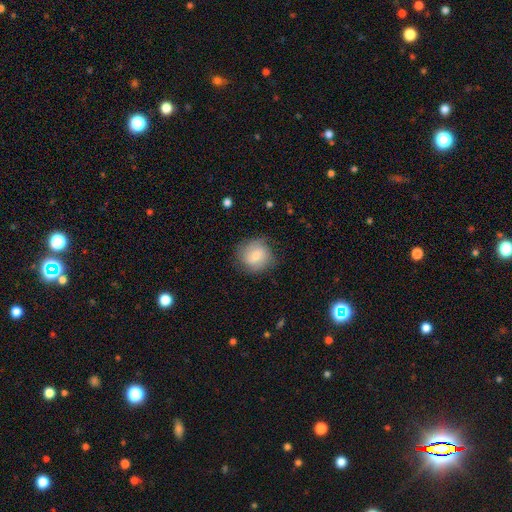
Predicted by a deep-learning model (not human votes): Smooth or featured? Predicted: smooth (p=0.65). How rounded? Predicted: round (p=0.85). Merging? Predicted: none (p=0.72).